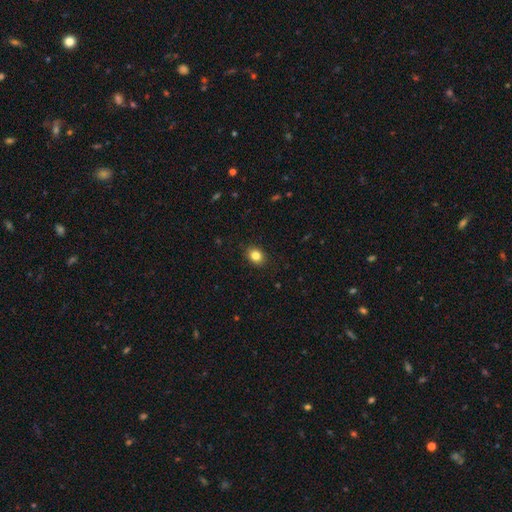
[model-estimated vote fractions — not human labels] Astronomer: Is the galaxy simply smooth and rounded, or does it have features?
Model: smooth — 84%.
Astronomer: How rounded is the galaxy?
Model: in between — 51% (runner-up: round, 48%).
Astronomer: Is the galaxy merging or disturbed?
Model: none — 89%.